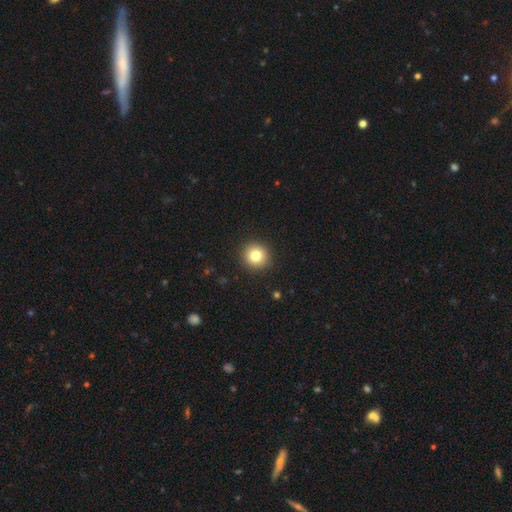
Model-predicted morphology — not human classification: This appears to be a smooth galaxy with no disk features (81%) that is round (95%). Merging: none (92%).